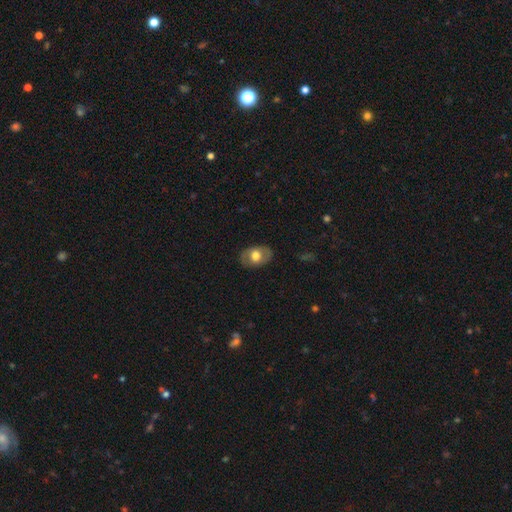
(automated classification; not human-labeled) Smooth or featured? smooth (59%)
How rounded? in between (80%)
Merging? none (82%)